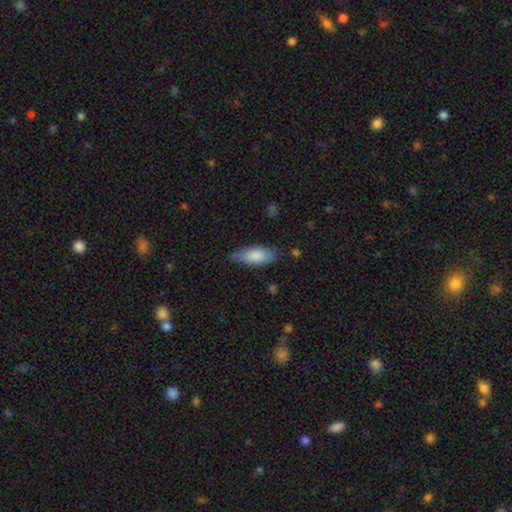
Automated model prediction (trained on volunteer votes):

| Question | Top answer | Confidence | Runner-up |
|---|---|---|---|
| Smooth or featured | smooth | 83% | featured or disk (11%) |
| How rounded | in between | 78% | cigar-shaped (20%) |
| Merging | none | 73% | minor disturbance (21%) |